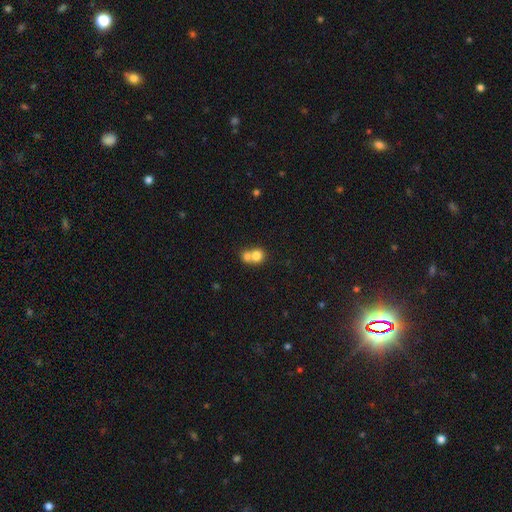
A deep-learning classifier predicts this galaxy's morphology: Smooth or featured?
  - smooth: 76% *
  - featured or disk: 14%
  - star or artifact: 10%
How rounded?
  - round: 79% *
  - in between: 20%
  - cigar-shaped: 1%
Merging?
  - merger: 63% *
  - none: 29%
  - minor disturbance: 5%
  - major disturbance: 2%